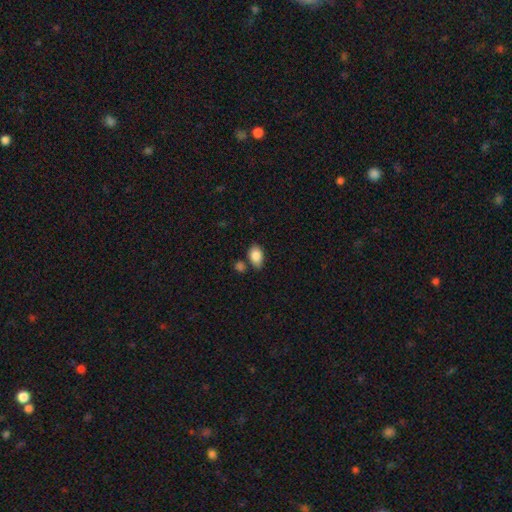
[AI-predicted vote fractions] Smooth or featured?
  - smooth: 87% *
  - star or artifact: 7%
  - featured or disk: 6%
How rounded?
  - in between: 88% *
  - round: 10%
  - cigar-shaped: 1%
Merging?
  - none: 72% *
  - minor disturbance: 15%
  - merger: 9%
  - major disturbance: 3%